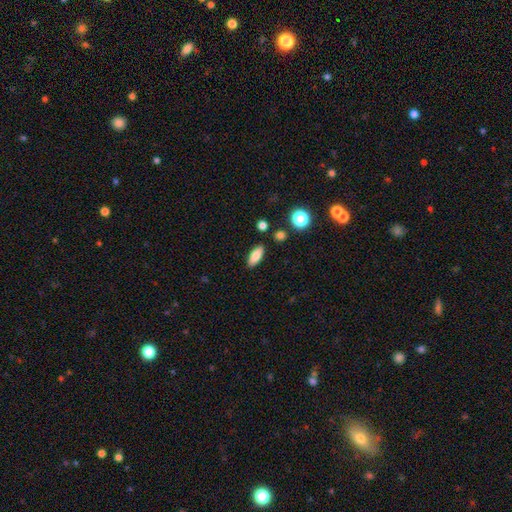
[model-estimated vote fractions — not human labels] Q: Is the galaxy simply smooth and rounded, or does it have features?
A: smooth — 80%.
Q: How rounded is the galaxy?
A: in between — 74%.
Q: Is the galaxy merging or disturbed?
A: none — 86%.